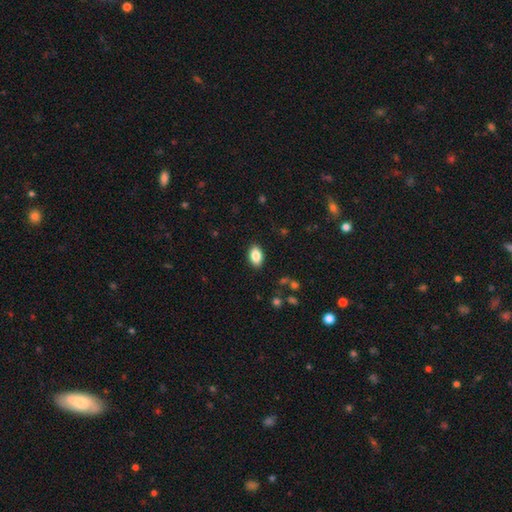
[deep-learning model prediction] A smooth galaxy with no disk features (87%) that is in between round and cigar-shaped (90%). Merging: none (89%).